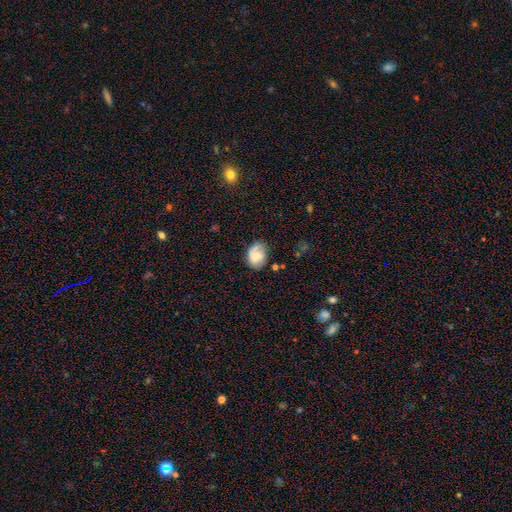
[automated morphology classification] Smooth or featured: smooth — 61% (featured or disk — 30%)
How rounded: in between — 63% (round — 35%)
Merging: none — 59% (minor disturbance — 28%)